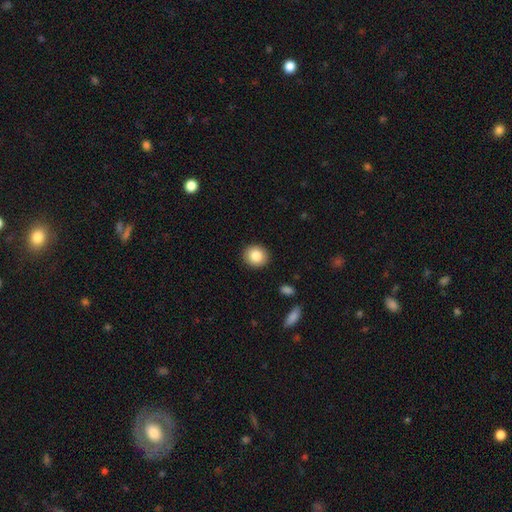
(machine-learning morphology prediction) Overall: smooth (85%). How rounded: round (82%). Merging: none (91%).